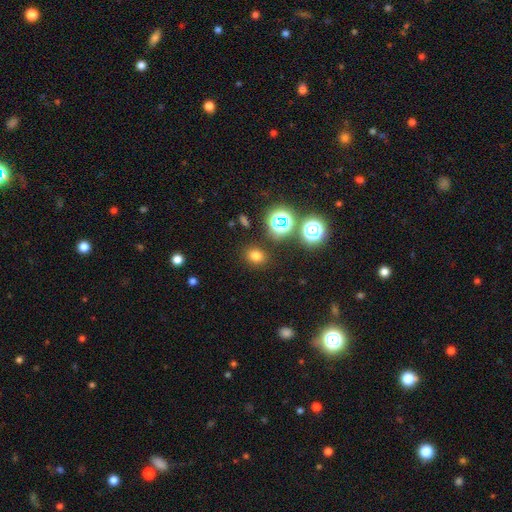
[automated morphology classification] This appears to be a smooth galaxy with no disk features (73%) that is round (59%). Merging: none (86%).